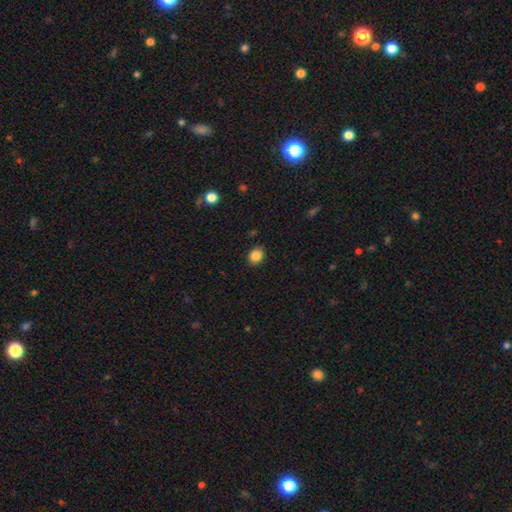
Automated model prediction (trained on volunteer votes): The model was most divided on "how rounded": round: 63%, in between: 36%, cigar-shaped: 1%. More confident: merging — none (89%); smooth or featured — smooth (86%).